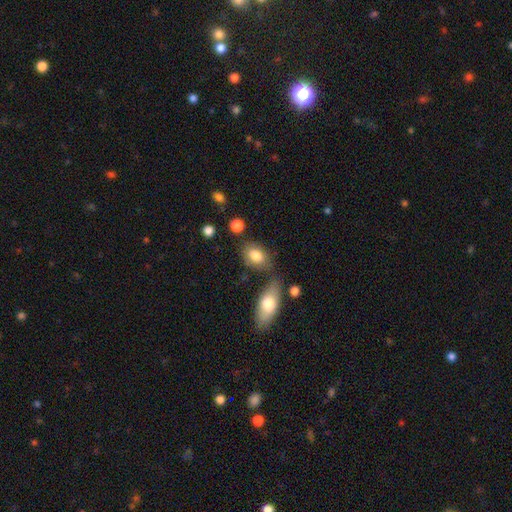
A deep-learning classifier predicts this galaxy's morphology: The model was most divided on "merging": none: 63%, minor disturbance: 19%, merger: 12%, major disturbance: 6%. More confident: how rounded — in between (82%); smooth or featured — smooth (82%).